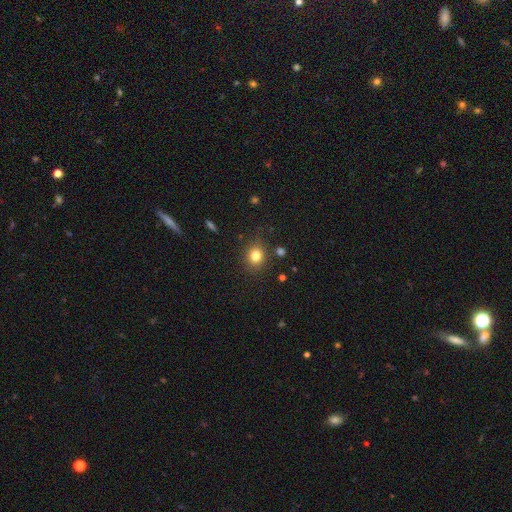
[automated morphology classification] smooth-or-featured: smooth: 81% | star or artifact: 12% | featured or disk: 7%
  how-rounded: round: 64% | in between: 35% | cigar-shaped: 1%
  merging: none: 83% | minor disturbance: 11% | major disturbance: 3% | merger: 3%